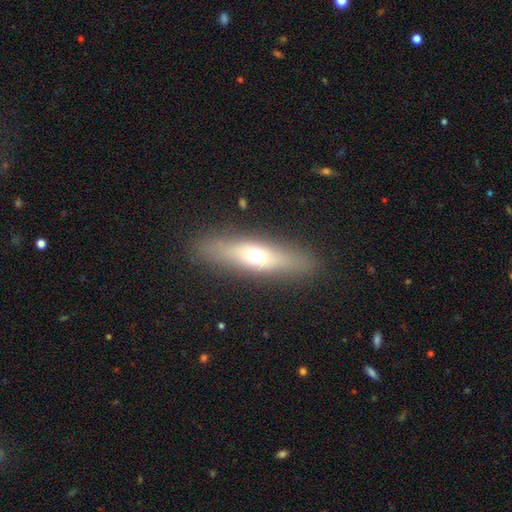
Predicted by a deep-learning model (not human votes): The model was most divided on "smooth or featured": smooth: 52%, featured or disk: 40%, star or artifact: 8%. More confident: merging — none (87%); how rounded — cigar-shaped (68%).